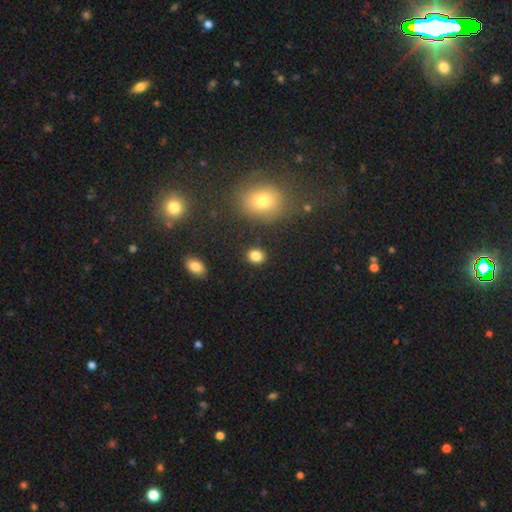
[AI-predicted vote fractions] A smooth galaxy with no disk features (84%) that is round (64%). Merging: none (87%).